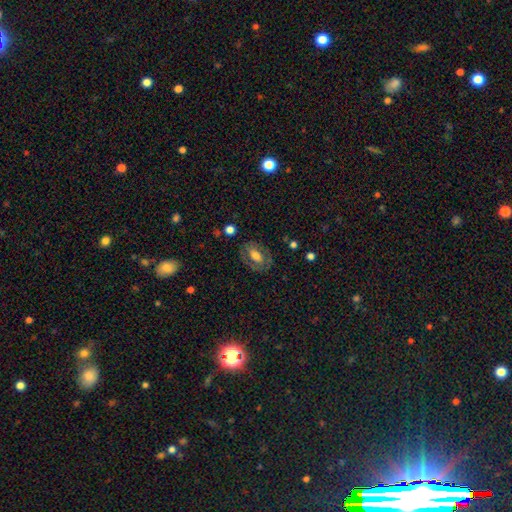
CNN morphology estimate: A smooth galaxy with no disk features (52%) that is in between round and cigar-shaped (82%).

Vote fractions:
- Smooth or featured? smooth: 52% / featured or disk: 40% / star or artifact: 8%
- How rounded? in between: 82% / round: 16% / cigar-shaped: 2%
- Merging? none: 76% / minor disturbance: 15% / major disturbance: 8% / merger: 2%